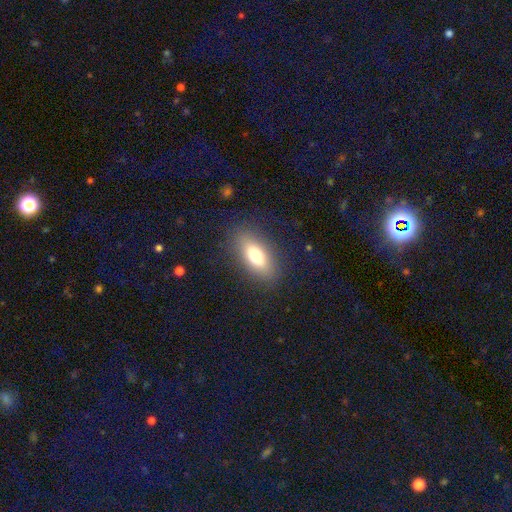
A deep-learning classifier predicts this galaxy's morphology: Overall: smooth (73%). How rounded: in between (79%). Merging: none (85%).